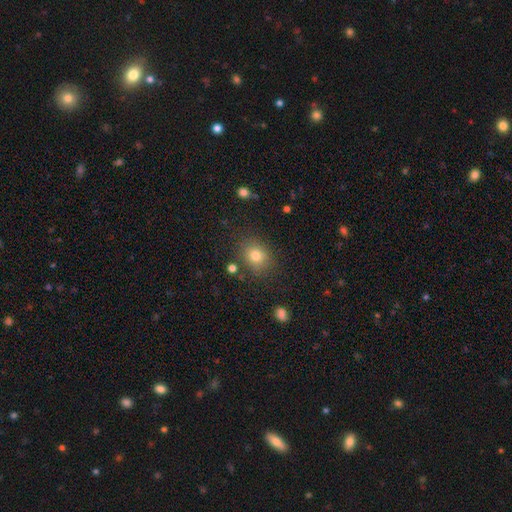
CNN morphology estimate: smooth-or-featured: smooth: 77% | star or artifact: 14% | featured or disk: 9%
  how-rounded: round: 61% | in between: 38% | cigar-shaped: 1%
  merging: none: 81% | minor disturbance: 12% | major disturbance: 4% | merger: 4%